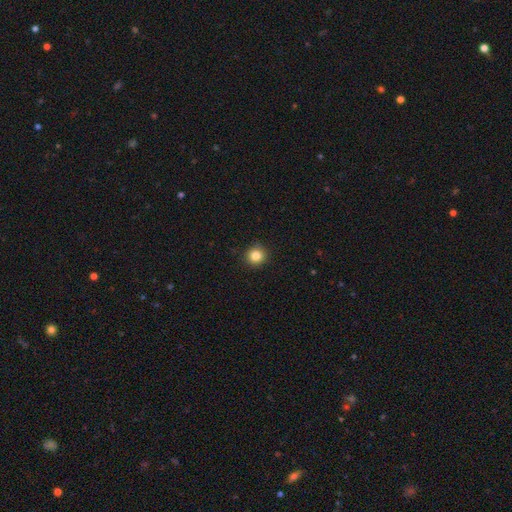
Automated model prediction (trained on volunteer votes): Smooth or featured? Predicted: smooth (p=0.85). How rounded? Predicted: round (p=0.94). Merging? Predicted: none (p=0.91).